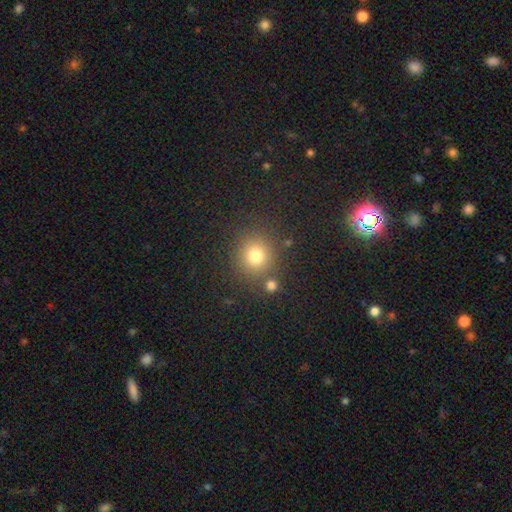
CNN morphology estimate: Smooth or featured?
  - smooth: 78% *
  - star or artifact: 15%
  - featured or disk: 7%
How rounded?
  - round: 88% *
  - in between: 11%
  - cigar-shaped: 1%
Merging?
  - none: 80% *
  - minor disturbance: 9%
  - merger: 8%
  - major disturbance: 4%